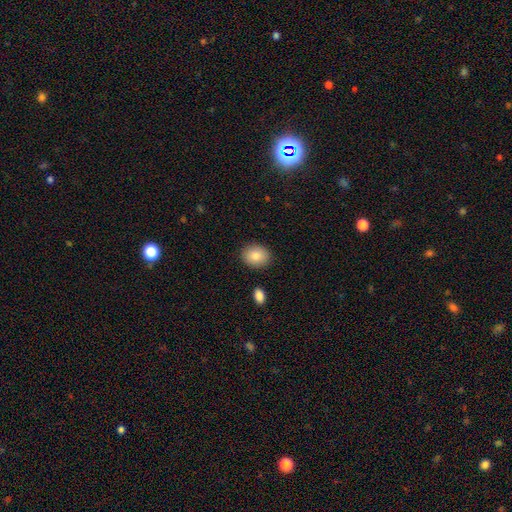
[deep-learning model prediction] Smooth or featured?
  - smooth: 85% *
  - star or artifact: 8%
  - featured or disk: 7%
How rounded?
  - in between: 52% *
  - round: 47%
  - cigar-shaped: 1%
Merging?
  - none: 88% *
  - minor disturbance: 8%
  - major disturbance: 2%
  - merger: 2%